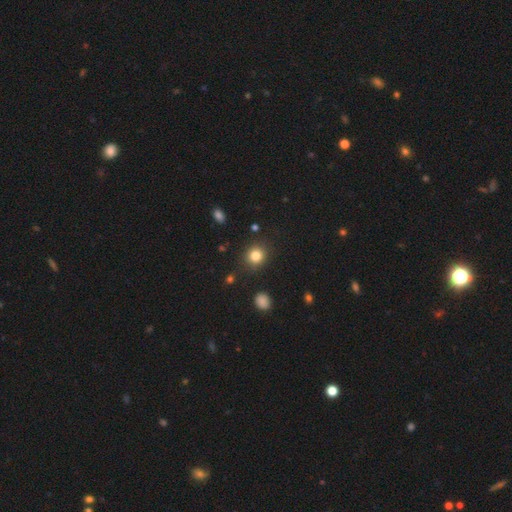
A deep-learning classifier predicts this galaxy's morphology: Smooth or featured? Predicted: smooth (p=0.83). How rounded? Predicted: round (p=0.82). Merging? Predicted: none (p=0.87).